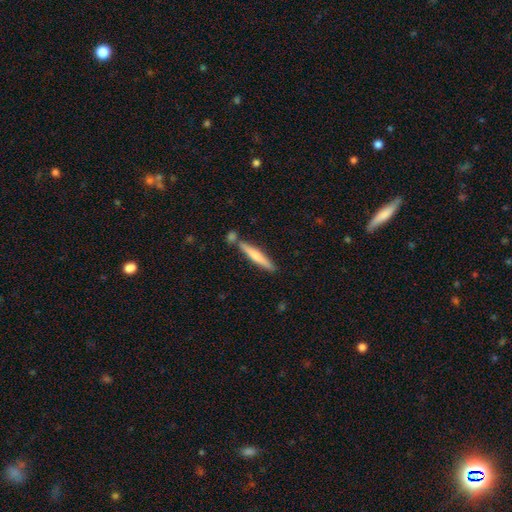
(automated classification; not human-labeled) smooth-or-featured: smooth: 61% | featured or disk: 34% | star or artifact: 5%
  how-rounded: cigar-shaped: 93% | in between: 5% | round: 1%
  merging: none: 74% | merger: 12% | minor disturbance: 11% | major disturbance: 2%